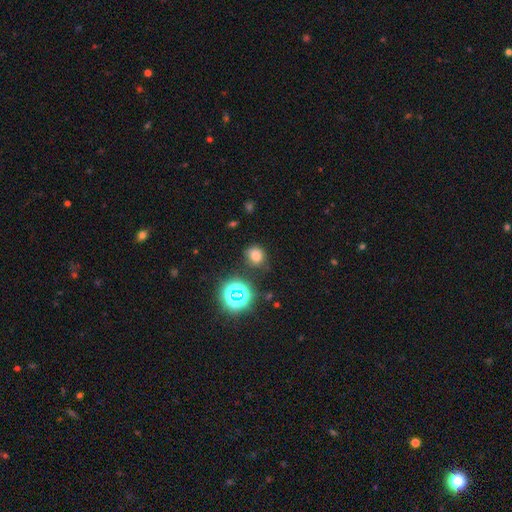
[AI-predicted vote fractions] Smooth or featured?
  - smooth: 71% *
  - star or artifact: 23%
  - featured or disk: 7%
How rounded?
  - round: 72% *
  - in between: 27%
  - cigar-shaped: 1%
Merging?
  - none: 72% *
  - minor disturbance: 18%
  - major disturbance: 6%
  - merger: 4%